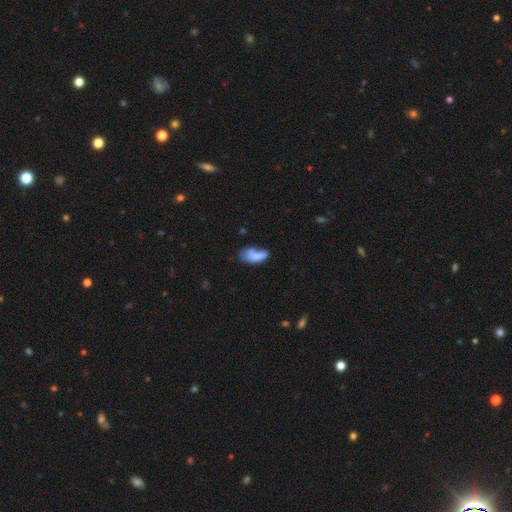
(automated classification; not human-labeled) Smooth or featured? smooth (73%)
How rounded? in between (86%)
Merging? none (31%)